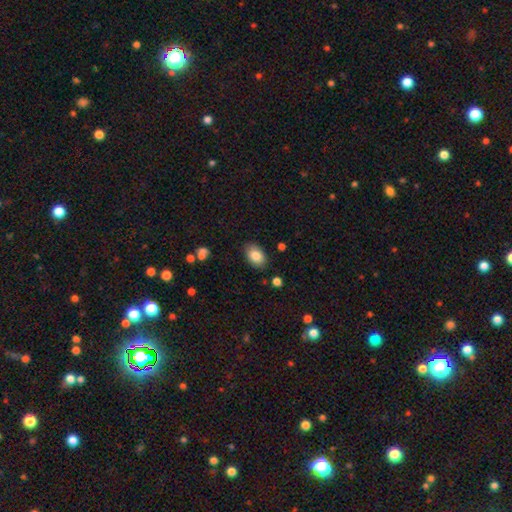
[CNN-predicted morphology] Smooth or featured: smooth — 84% (featured or disk — 8%)
How rounded: in between — 87% (round — 12%)
Merging: none — 85% (minor disturbance — 11%)